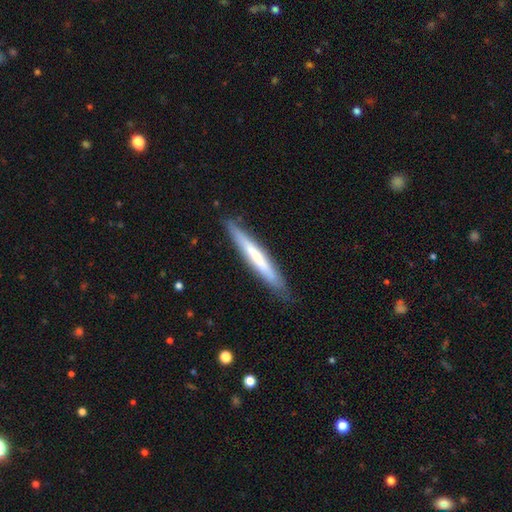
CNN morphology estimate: smooth-or-featured: smooth: 53% | featured or disk: 42% | star or artifact: 5%
  how-rounded: cigar-shaped: 96% | in between: 3% | round: 1%
  merging: none: 87% | minor disturbance: 10% | major disturbance: 2% | merger: 1%